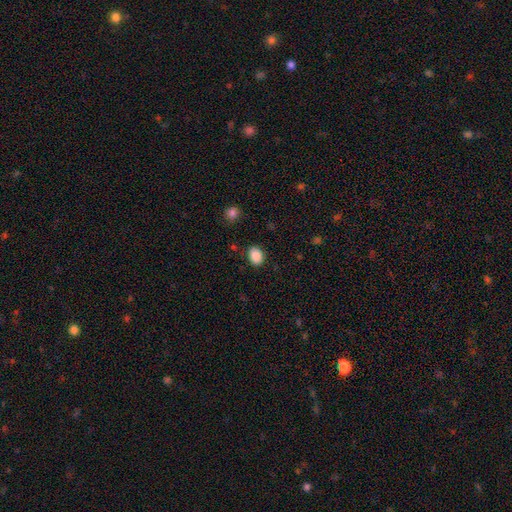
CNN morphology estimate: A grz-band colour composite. It shows a smooth galaxy with no disk features (88%) that is in between round and cigar-shaped (65%). Merging: none (84%).